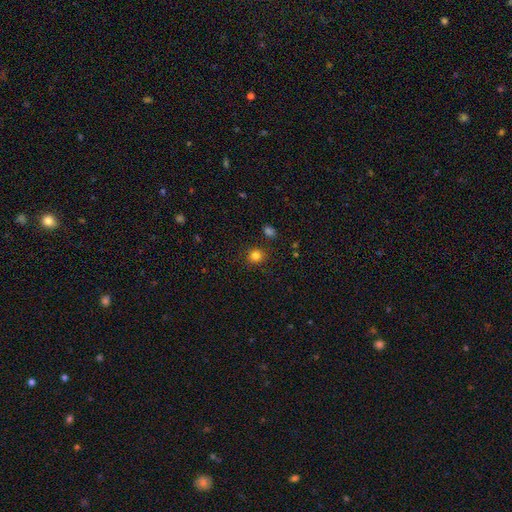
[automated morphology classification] Q: Smooth or featured?
A: smooth (82%); runner-up: star or artifact (14%)
Q: How rounded?
A: round (88%); runner-up: in between (12%)
Q: Merging?
A: none (87%); runner-up: minor disturbance (8%)